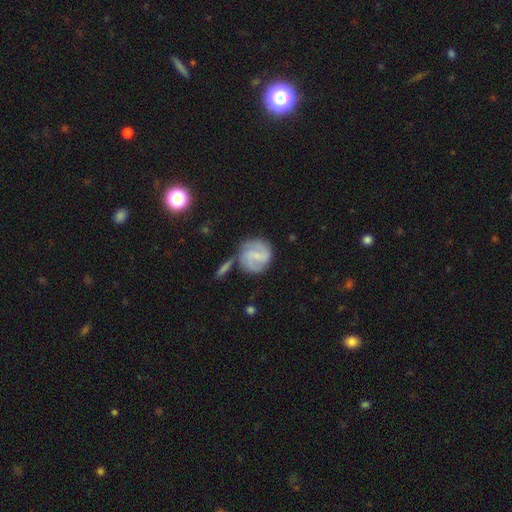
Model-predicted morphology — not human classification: A featured or disk galaxy (60%) with a weak bar (52%), 2 (65%) medium (47%) spiral arms (88%) and a small central bulge (53%).

Vote fractions:
- Smooth or featured? featured or disk: 60% / smooth: 33% / star or artifact: 7%
- Edge-on disk? no: 97% / yes: 3%
- Bar? weak: 52% / no: 32% / strong: 16%
- Spiral arms? yes: 88% / no: 12%
- Spiral winding? medium: 47% / tight: 32% / loose: 21%
- Spiral arm count? 2: 65% / can't tell: 16% / 3: 10% / 1: 3% / 4: 3% / more than 4: 2%
- Bulge size? small: 53% / none: 25% / moderate: 19% / large: 2% / dominant: 1%
- Merging? none: 62% / minor disturbance: 18% / merger: 13% / major disturbance: 7%